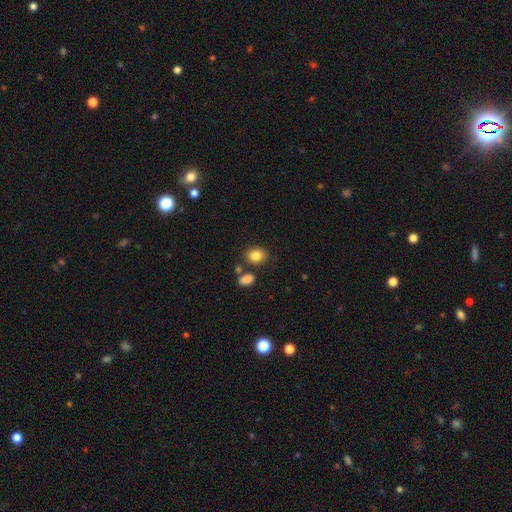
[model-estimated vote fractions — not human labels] Smooth or featured? Predicted: smooth (p=0.85). How rounded? Predicted: round (p=0.54). Merging? Predicted: none (p=0.75).